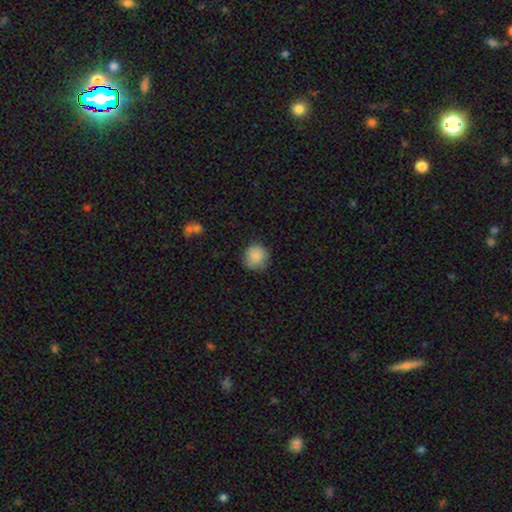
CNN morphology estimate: Smooth or featured? smooth (86%)
How rounded? round (91%)
Merging? none (81%)